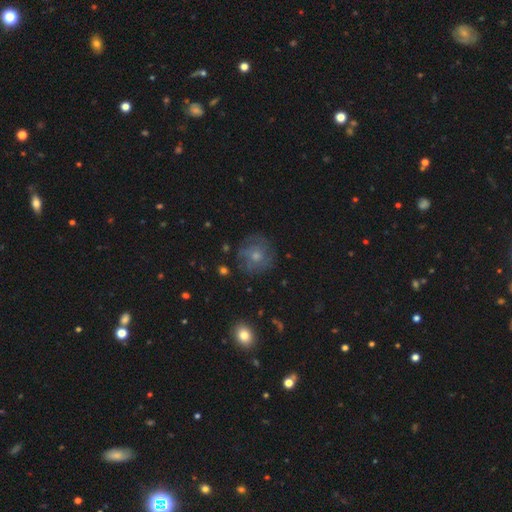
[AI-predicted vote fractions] This appears to be a featured or disk galaxy (45%). Merging: none (74%).